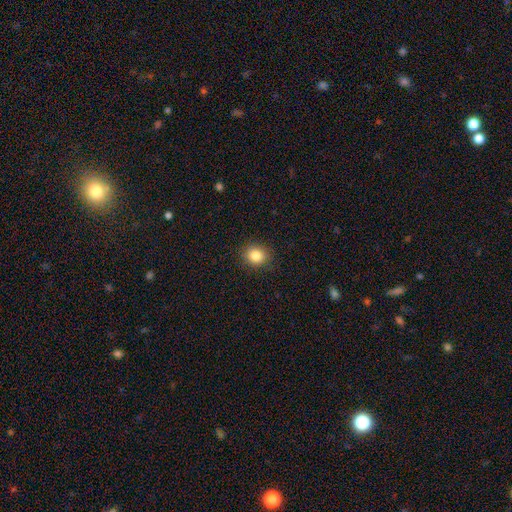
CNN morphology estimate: smooth-or-featured: smooth: 85% | star or artifact: 10% | featured or disk: 5%
  how-rounded: round: 72% | in between: 27% | cigar-shaped: 1%
  merging: none: 89% | minor disturbance: 8% | major disturbance: 2% | merger: 1%